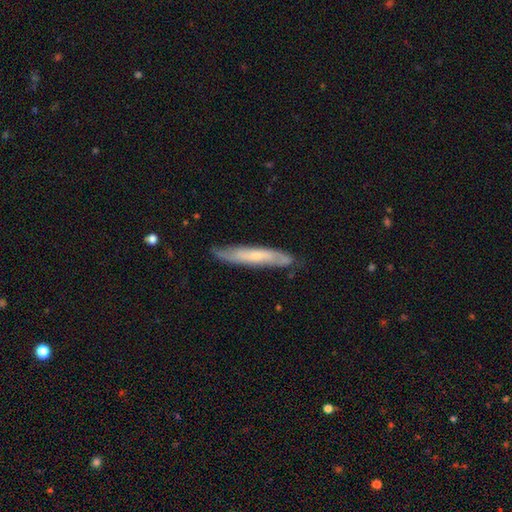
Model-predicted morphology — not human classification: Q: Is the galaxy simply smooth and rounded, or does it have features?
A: featured or disk — 54%.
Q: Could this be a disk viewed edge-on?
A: yes — 59%.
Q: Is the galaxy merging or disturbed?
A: none — 77%.